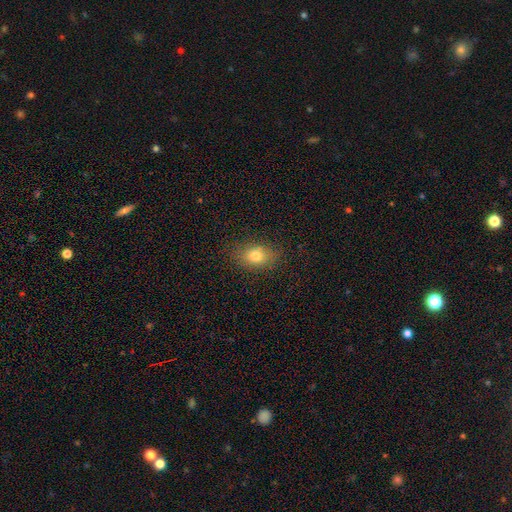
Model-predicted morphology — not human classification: This is likely a smooth galaxy (78%). How rounded: likely in between (70%). Merging: clearly none (84%).